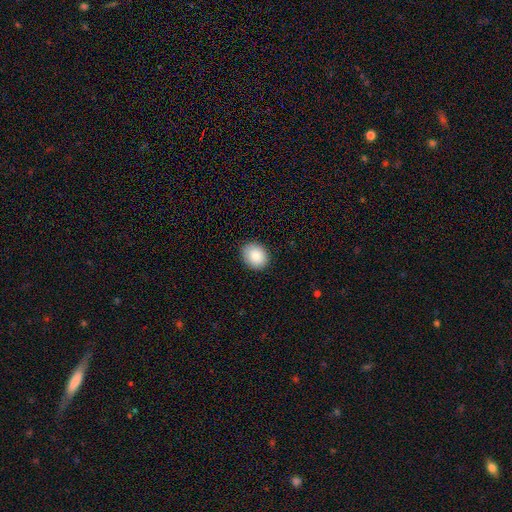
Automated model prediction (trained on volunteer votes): Smooth or featured?
  - smooth: 88% *
  - star or artifact: 7%
  - featured or disk: 5%
How rounded?
  - round: 51% *
  - in between: 48%
  - cigar-shaped: 1%
Merging?
  - none: 90% *
  - minor disturbance: 8%
  - major disturbance: 2%
  - merger: 1%